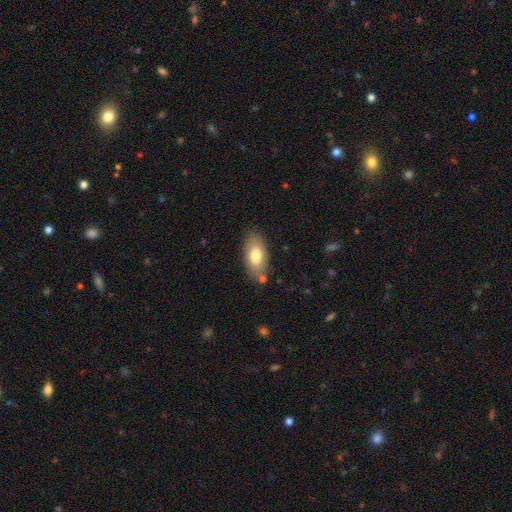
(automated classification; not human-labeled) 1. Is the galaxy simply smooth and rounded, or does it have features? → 76% smooth, 17% featured or disk, 7% star or artifact.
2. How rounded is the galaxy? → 91% in between, 6% cigar-shaped, 3% round.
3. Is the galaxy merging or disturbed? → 76% none, 15% minor disturbance, 5% merger, 4% major disturbance.